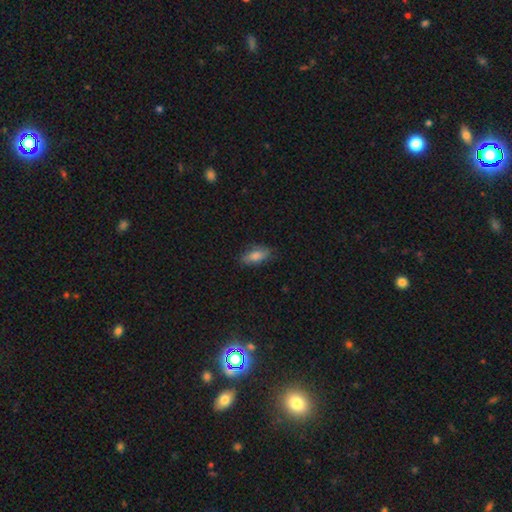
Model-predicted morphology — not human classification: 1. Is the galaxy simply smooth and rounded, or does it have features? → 73% smooth, 18% featured or disk, 10% star or artifact.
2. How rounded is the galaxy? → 83% in between, 14% cigar-shaped, 4% round.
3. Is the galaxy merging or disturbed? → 77% none, 18% minor disturbance, 4% major disturbance, 1% merger.